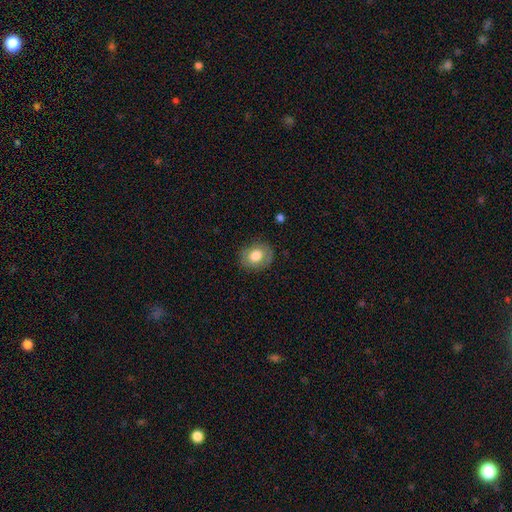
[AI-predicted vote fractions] Q: Smooth or featured?
A: smooth (74%); runner-up: featured or disk (18%)
Q: How rounded?
A: round (57%); runner-up: in between (42%)
Q: Merging?
A: none (83%); runner-up: minor disturbance (12%)